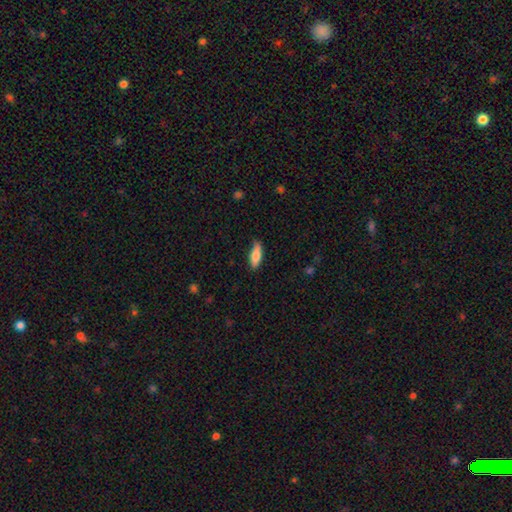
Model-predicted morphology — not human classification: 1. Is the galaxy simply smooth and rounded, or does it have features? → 77% smooth, 17% featured or disk, 6% star or artifact.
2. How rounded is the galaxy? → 61% in between, 37% cigar-shaped, 2% round.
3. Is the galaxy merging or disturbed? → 77% none, 18% minor disturbance, 3% major disturbance, 1% merger.